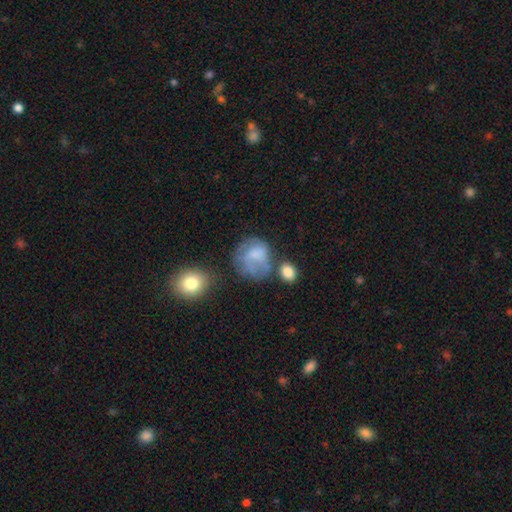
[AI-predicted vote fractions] This is likely a smooth galaxy (60%). How rounded: likely round (68%). Merging: marginally none (38%).